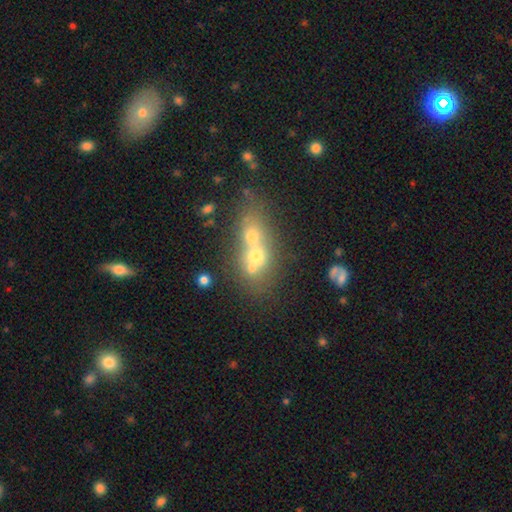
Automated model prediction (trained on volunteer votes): smooth_or_featured: smooth (p=0.49) [alt: featured or disk p=0.33]
merging: merger (p=0.66) [alt: none p=0.24]